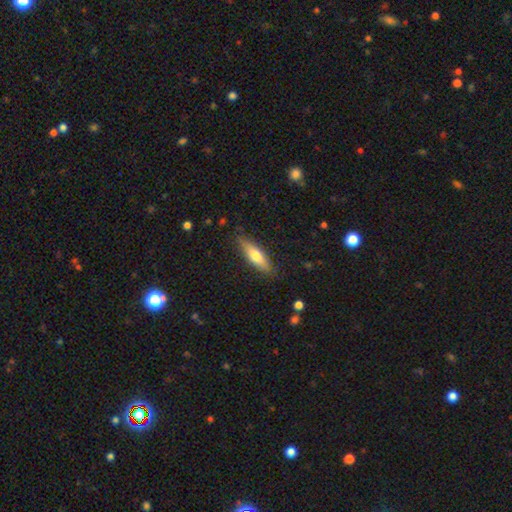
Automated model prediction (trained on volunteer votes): The model was most divided on "how rounded": cigar-shaped: 59%, in between: 39%, round: 2%. More confident: merging — none (84%); smooth or featured — smooth (66%).